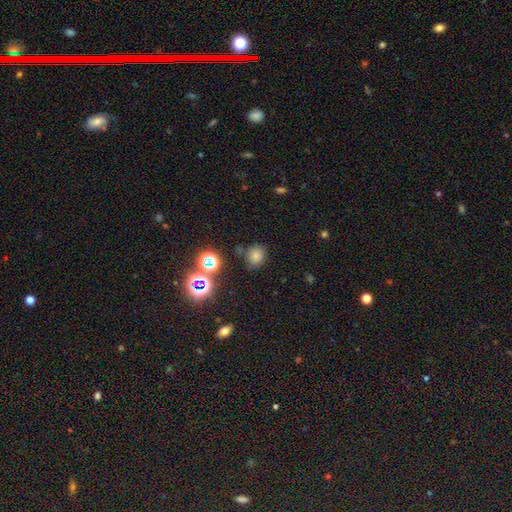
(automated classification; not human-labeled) A smooth galaxy with no disk features (70%) that is round (68%).

Vote fractions:
- Smooth or featured? smooth: 70% / star or artifact: 23% / featured or disk: 7%
- How rounded? round: 68% / in between: 30% / cigar-shaped: 1%
- Merging? none: 75% / minor disturbance: 14% / merger: 6% / major disturbance: 5%